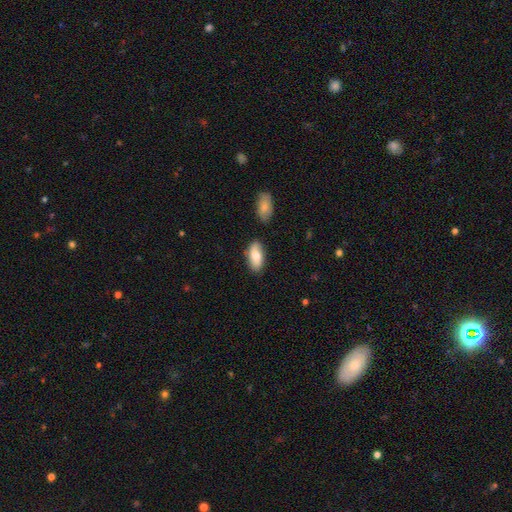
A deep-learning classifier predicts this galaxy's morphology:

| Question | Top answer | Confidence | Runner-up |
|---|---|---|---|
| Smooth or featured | smooth | 76% | featured or disk (18%) |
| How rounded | in between | 90% | cigar-shaped (7%) |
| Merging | none | 81% | minor disturbance (13%) |